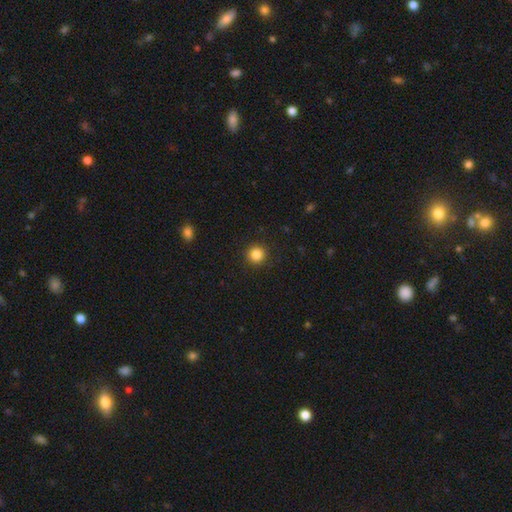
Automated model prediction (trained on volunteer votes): Smooth or featured? Predicted: smooth (p=0.84). How rounded? Predicted: round (p=0.95). Merging? Predicted: none (p=0.92).